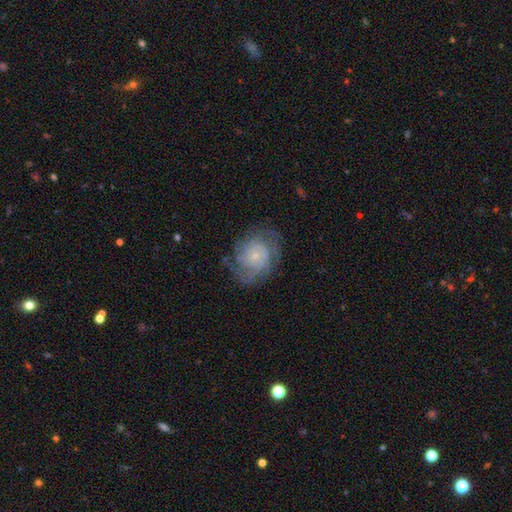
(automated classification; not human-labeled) A featured or disk galaxy (71%) with no bar (80%), tight (57%) spiral arms (89%) and a small central bulge (78%). Merging: none (68%).